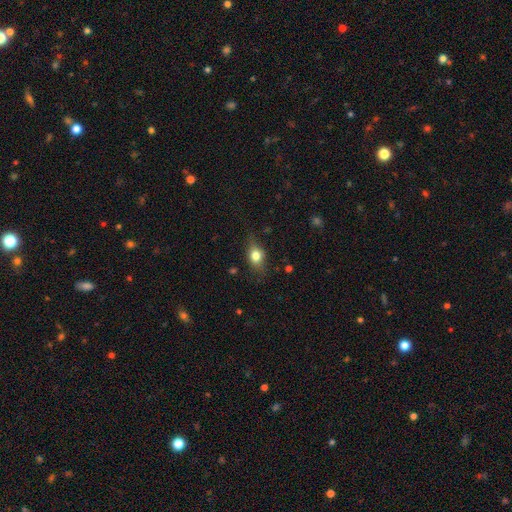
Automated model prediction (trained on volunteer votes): Smooth or featured? Predicted: smooth (p=0.69). How rounded? Predicted: in between (p=0.65). Merging? Predicted: none (p=0.72).